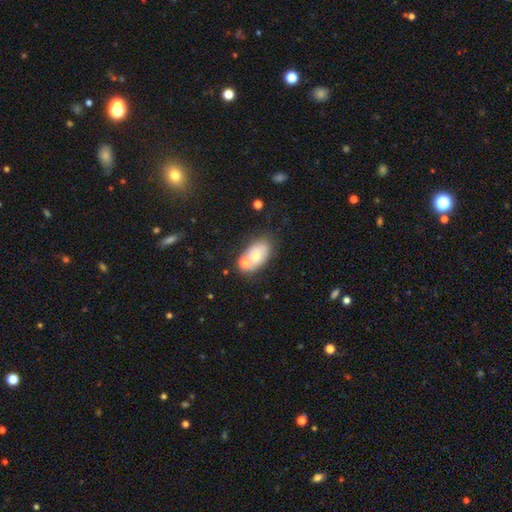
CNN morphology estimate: type=smooth (61%); roundness=in between (88%); merging=none (47%).